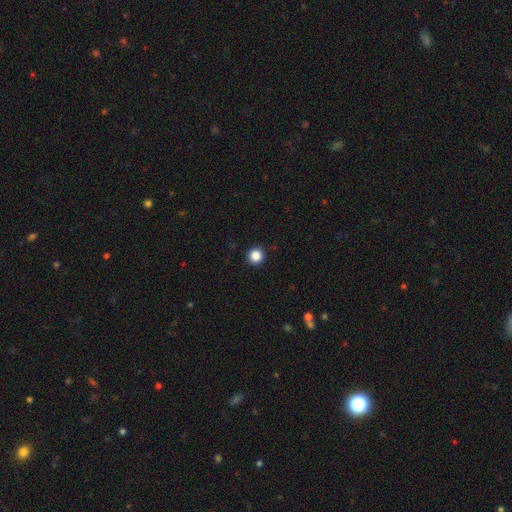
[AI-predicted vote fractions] smooth_or_featured: smooth (p=0.86) [alt: star or artifact p=0.11]
how_rounded: round (p=0.95) [alt: in between p=0.04]
merging: none (p=0.93) [alt: minor disturbance p=0.05]